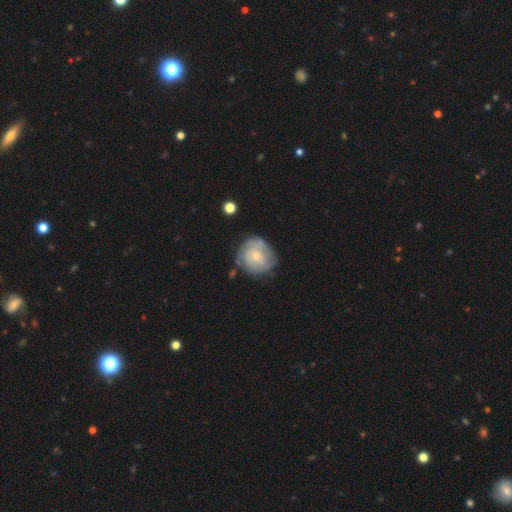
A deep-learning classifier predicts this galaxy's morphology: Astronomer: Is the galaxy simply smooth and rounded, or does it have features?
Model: featured or disk — 67%.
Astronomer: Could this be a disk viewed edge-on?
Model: no — 98%.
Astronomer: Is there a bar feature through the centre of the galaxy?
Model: no — 64%.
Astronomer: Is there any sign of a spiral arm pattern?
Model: yes — 89%.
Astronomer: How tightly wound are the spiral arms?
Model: tight — 69%.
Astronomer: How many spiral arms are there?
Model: can't tell — 41% (runner-up: 2, 24%).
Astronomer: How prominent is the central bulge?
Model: small — 59%.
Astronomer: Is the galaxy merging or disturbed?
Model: none — 71%.